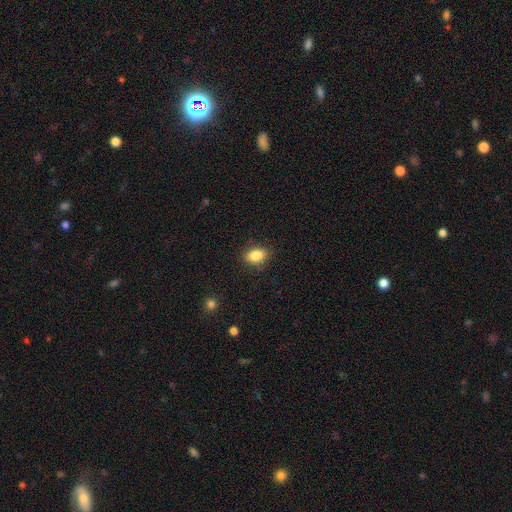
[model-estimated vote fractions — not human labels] A smooth galaxy with no disk features (86%) that is in between round and cigar-shaped (81%). Merging: none (84%).